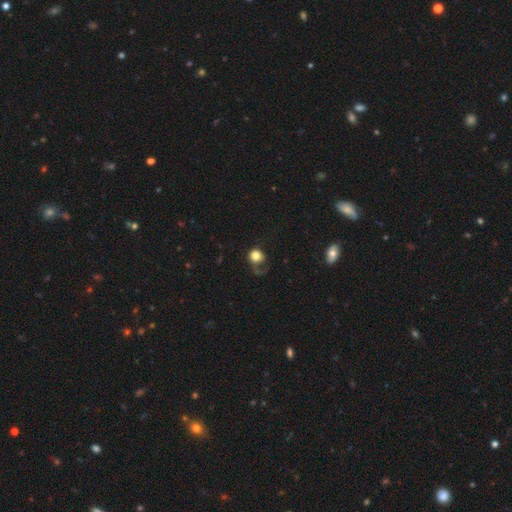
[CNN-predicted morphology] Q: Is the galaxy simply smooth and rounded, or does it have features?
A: smooth — 73%.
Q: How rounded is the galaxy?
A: round — 80%.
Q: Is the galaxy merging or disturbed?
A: major disturbance — 44%.